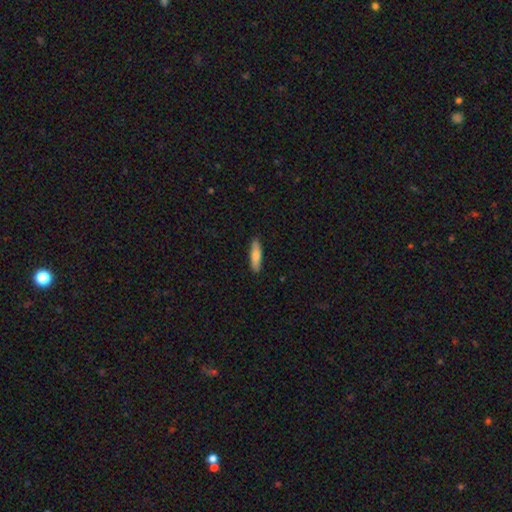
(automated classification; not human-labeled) Smooth or featured? Predicted: smooth (p=0.74). How rounded? Predicted: cigar-shaped (p=0.68). Merging? Predicted: none (p=0.89).